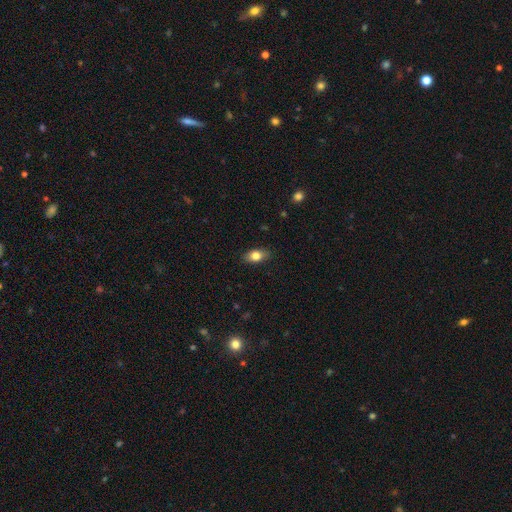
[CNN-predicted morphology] This is likely a smooth galaxy (79%). How rounded: clearly in between (85%). Merging: clearly none (87%).